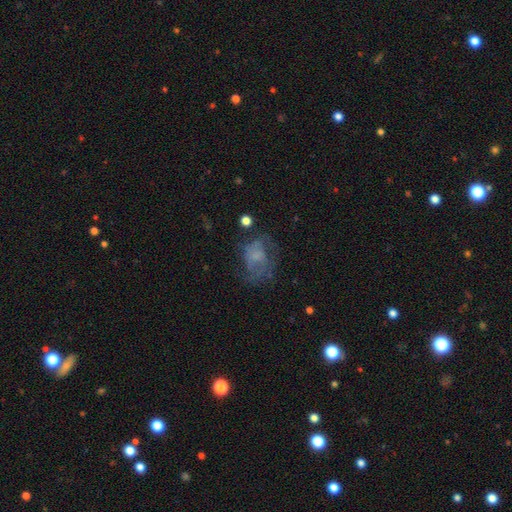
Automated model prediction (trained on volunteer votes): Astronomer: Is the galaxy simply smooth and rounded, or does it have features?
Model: featured or disk — 45% (runner-up: smooth, 40%).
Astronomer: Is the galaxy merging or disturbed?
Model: none — 46% (runner-up: major disturbance, 30%).